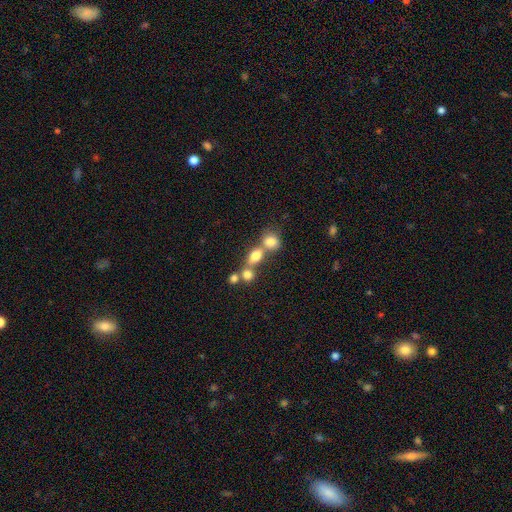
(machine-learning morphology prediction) type=smooth (73%); roundness=round (51%); merging=merger (52%).